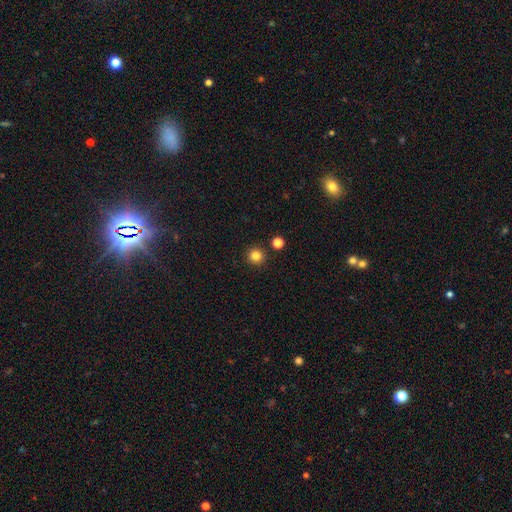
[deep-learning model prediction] Overall: smooth (83%). How rounded: round (95%). Merging: none (90%).